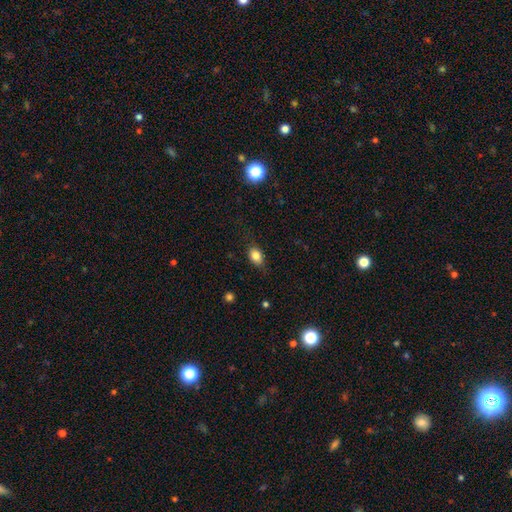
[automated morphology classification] Smooth or featured? smooth (82%)
How rounded? in between (74%)
Merging? none (74%)